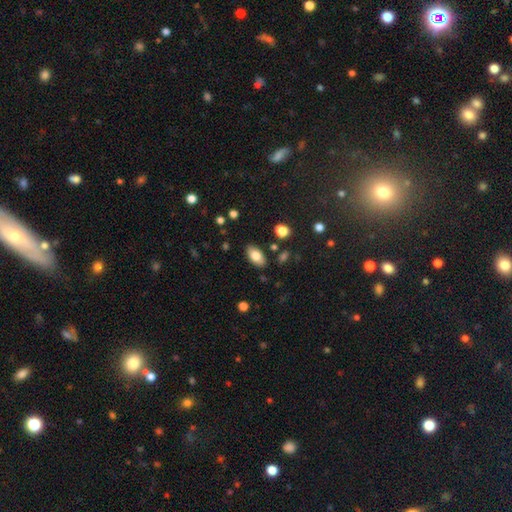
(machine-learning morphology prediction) The model was most divided on "smooth or featured": smooth: 79%, featured or disk: 14%, star or artifact: 8%. More confident: how rounded — in between (93%); merging — none (85%).